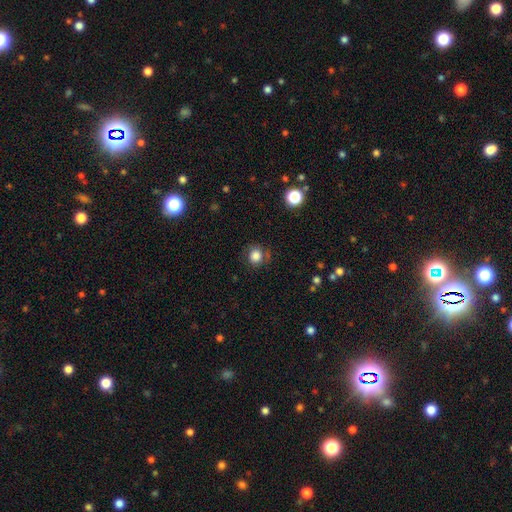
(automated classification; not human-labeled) Smooth or featured: smooth — 83% (star or artifact — 11%)
How rounded: round — 85% (in between — 14%)
Merging: none — 74% (minor disturbance — 17%)